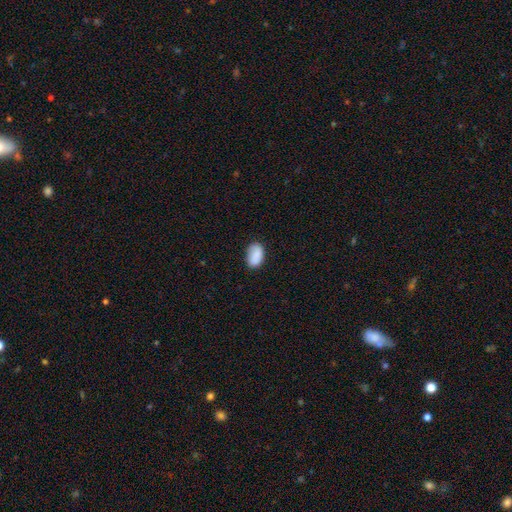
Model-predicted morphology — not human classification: A smooth galaxy with no disk features (88%) that is in between round and cigar-shaped (91%).

Vote fractions:
- Smooth or featured? smooth: 88% / star or artifact: 7% / featured or disk: 5%
- How rounded? in between: 91% / round: 8% / cigar-shaped: 1%
- Merging? none: 80% / minor disturbance: 16% / major disturbance: 3% / merger: 1%